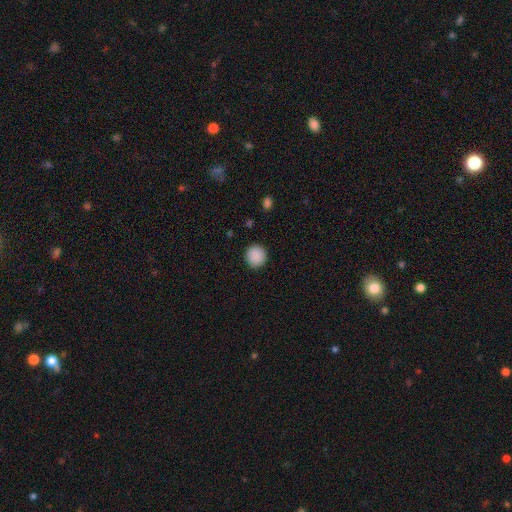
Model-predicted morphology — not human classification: smooth 89%, star or artifact 8%, featured or disk 3%. Down the decision tree: how rounded — round (93%); merging — none (91%).